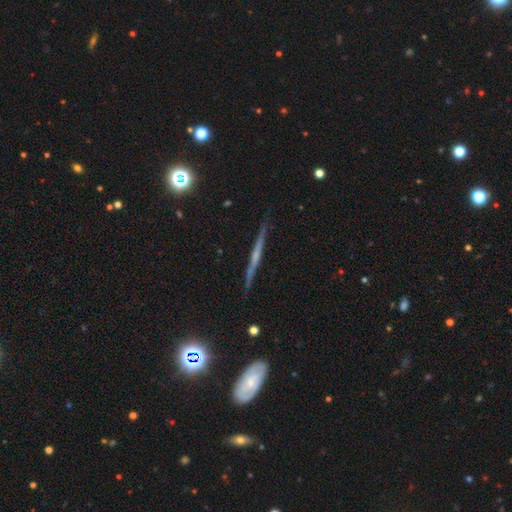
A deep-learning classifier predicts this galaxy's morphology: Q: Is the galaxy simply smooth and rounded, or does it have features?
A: featured or disk — 70%.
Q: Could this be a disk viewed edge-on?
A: yes — 97%.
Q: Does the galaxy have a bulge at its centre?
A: none — 53%.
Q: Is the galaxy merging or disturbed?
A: none — 89%.